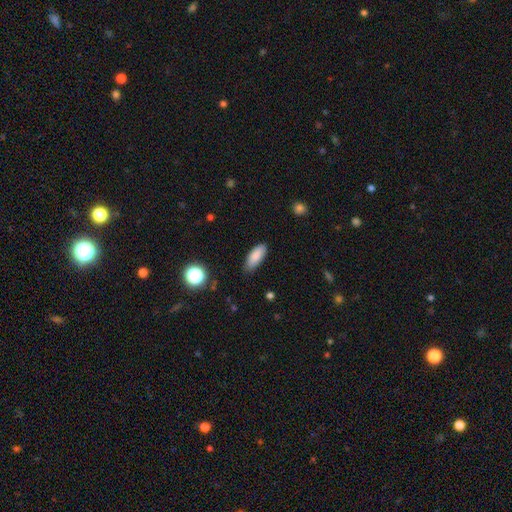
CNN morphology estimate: Q: Smooth or featured?
A: smooth (85%); runner-up: star or artifact (8%)
Q: How rounded?
A: in between (78%); runner-up: cigar-shaped (20%)
Q: Merging?
A: none (82%); runner-up: minor disturbance (14%)